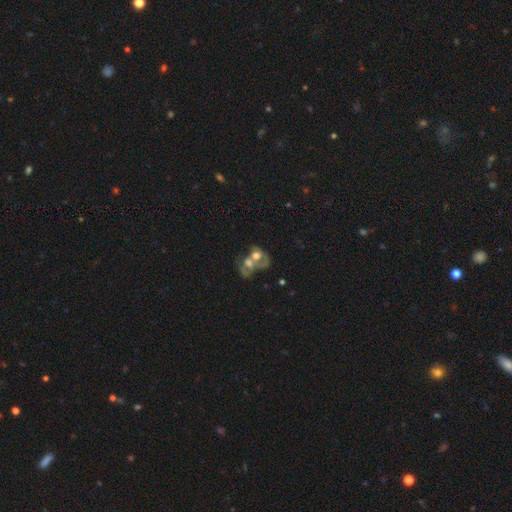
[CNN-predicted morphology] Smooth or featured? featured or disk (50%)
Merging? merger (72%)